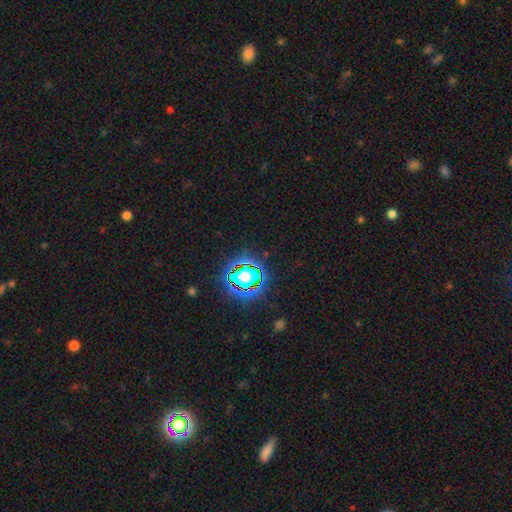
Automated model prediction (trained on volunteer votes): Q: Smooth or featured?
A: star or artifact (81%); runner-up: smooth (12%)